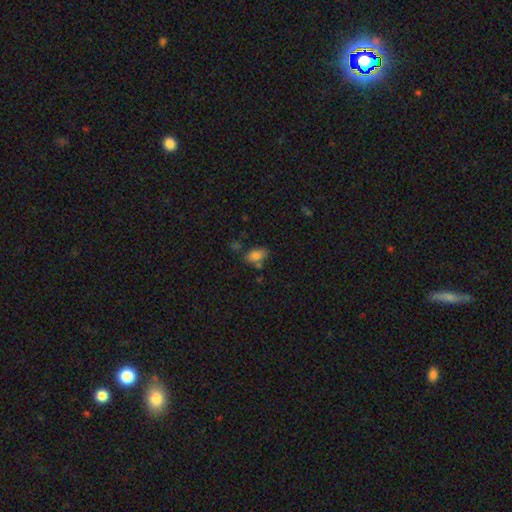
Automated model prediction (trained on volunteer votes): Overall: smooth (79%). How rounded: in between (86%). Merging: none (54%; minor disturbance 22%).